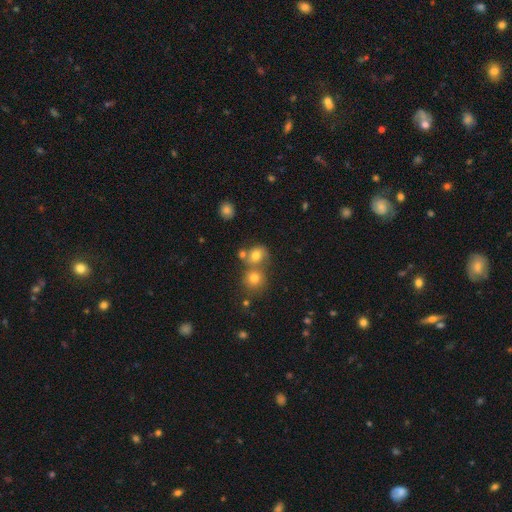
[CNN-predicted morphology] A smooth galaxy with no disk features (73%) that is round (73%).

Vote fractions:
- Smooth or featured? smooth: 73% / star or artifact: 15% / featured or disk: 12%
- How rounded? round: 73% / in between: 26% / cigar-shaped: 1%
- Merging? none: 48% / merger: 39% / minor disturbance: 10% / major disturbance: 4%